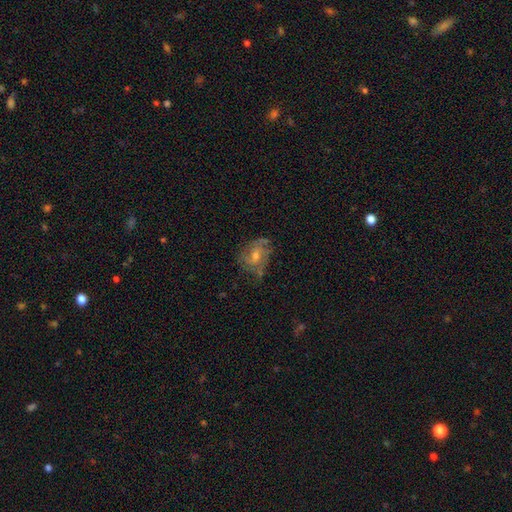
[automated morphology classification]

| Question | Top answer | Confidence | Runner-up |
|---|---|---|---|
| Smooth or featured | featured or disk | 68% | smooth (20%) |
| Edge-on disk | no | 96% | yes (4%) |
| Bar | no | 60% | weak (33%) |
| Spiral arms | yes | 84% | no (16%) |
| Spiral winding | medium | 44% | tight (35%) |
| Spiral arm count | can't tell | 30% | 2 (28%) |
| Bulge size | moderate | 57% | small (37%) |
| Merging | none | 64% | minor disturbance (22%) |